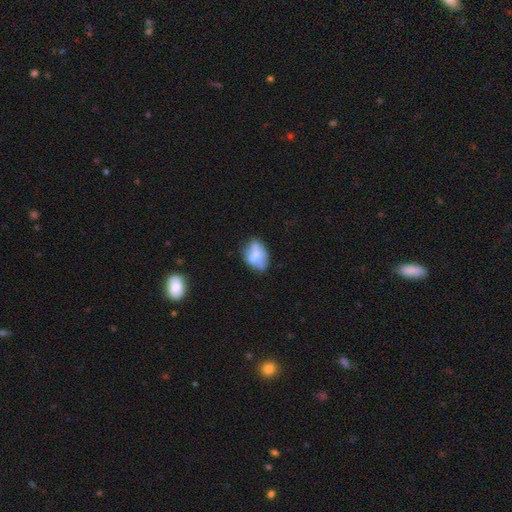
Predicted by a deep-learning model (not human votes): A smooth galaxy with no disk features (53%) that is in between round and cigar-shaped (80%).

Vote fractions:
- Smooth or featured? smooth: 53% / featured or disk: 37% / star or artifact: 9%
- How rounded? in between: 80% / round: 18% / cigar-shaped: 2%
- Merging? none: 38% / minor disturbance: 29% / major disturbance: 18% / merger: 14%